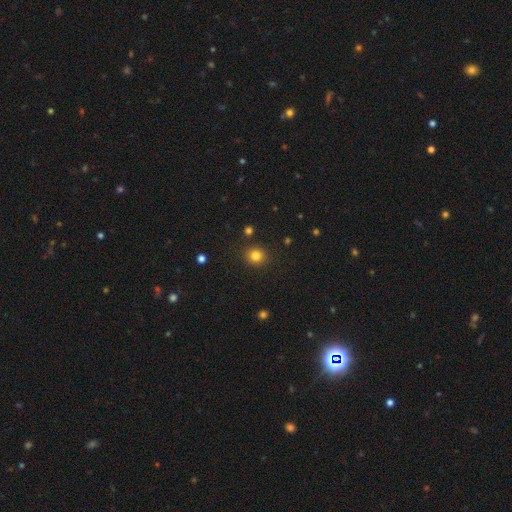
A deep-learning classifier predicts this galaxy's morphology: This appears to be a smooth galaxy with no disk features (81%) that is round (90%). Merging: none (90%).